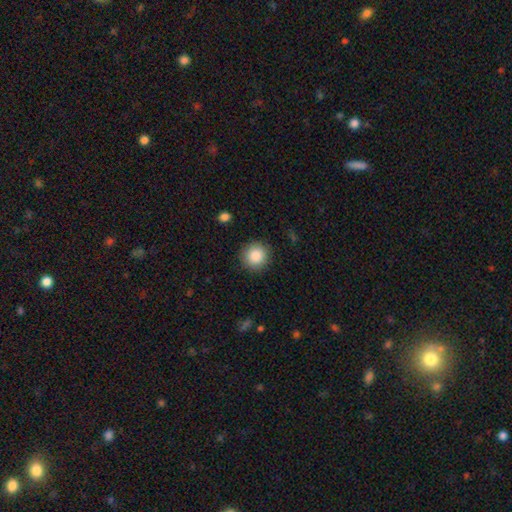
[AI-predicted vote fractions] Smooth or featured?
  - smooth: 87% *
  - star or artifact: 9%
  - featured or disk: 4%
How rounded?
  - round: 94% *
  - in between: 5%
  - cigar-shaped: 1%
Merging?
  - none: 90% *
  - minor disturbance: 6%
  - major disturbance: 2%
  - merger: 1%